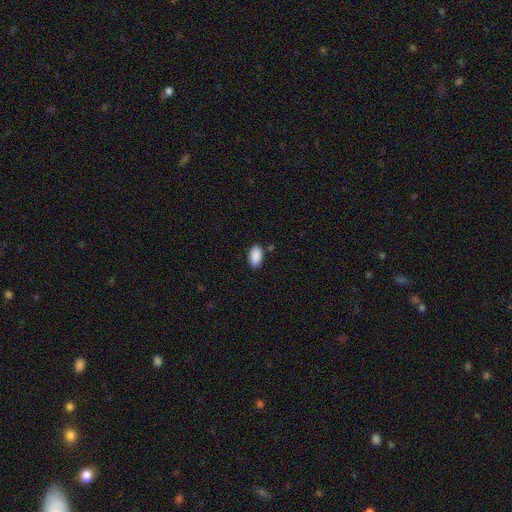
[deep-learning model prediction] The model was most divided on "merging": none: 82%, minor disturbance: 13%, major disturbance: 3%, merger: 3%. More confident: how rounded — in between (94%); smooth or featured — smooth (90%).